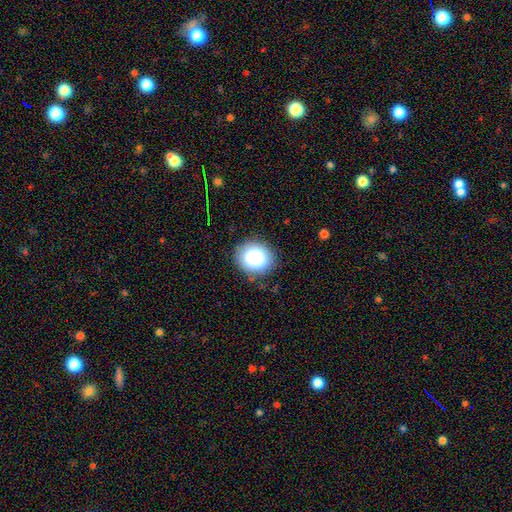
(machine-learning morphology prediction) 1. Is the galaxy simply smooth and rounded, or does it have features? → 86% smooth, 8% star or artifact, 6% featured or disk.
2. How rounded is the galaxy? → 72% round, 28% in between, 1% cigar-shaped.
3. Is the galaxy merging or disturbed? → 85% none, 10% minor disturbance, 3% major disturbance, 1% merger.